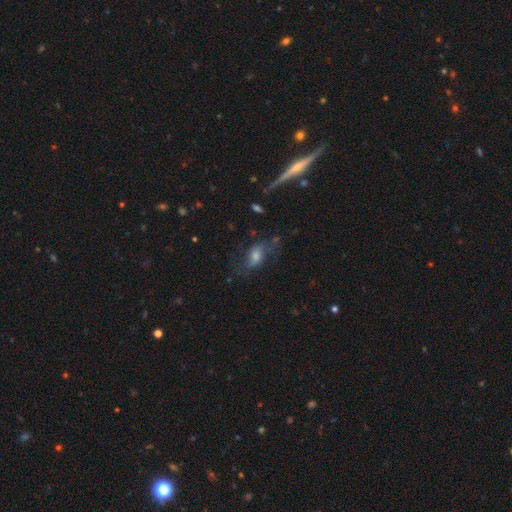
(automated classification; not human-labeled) Morphology: type=featured or disk (56%); edge-on=no (80%); merging=none (56%).